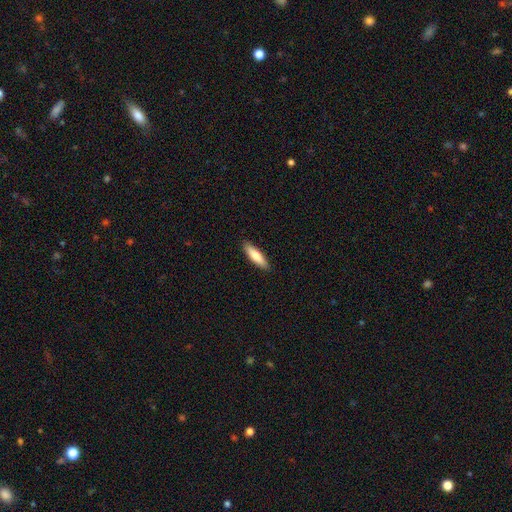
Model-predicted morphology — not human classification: Smooth or featured? smooth (76%)
How rounded? cigar-shaped (66%)
Merging? none (89%)